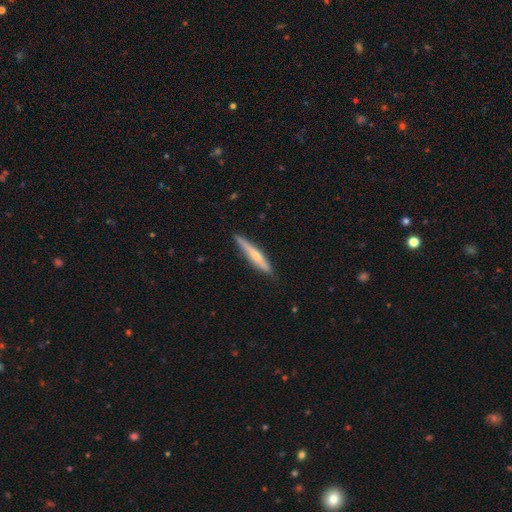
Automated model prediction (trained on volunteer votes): Morphology: type=featured or disk (47%, tied with smooth); merging=none (84%).